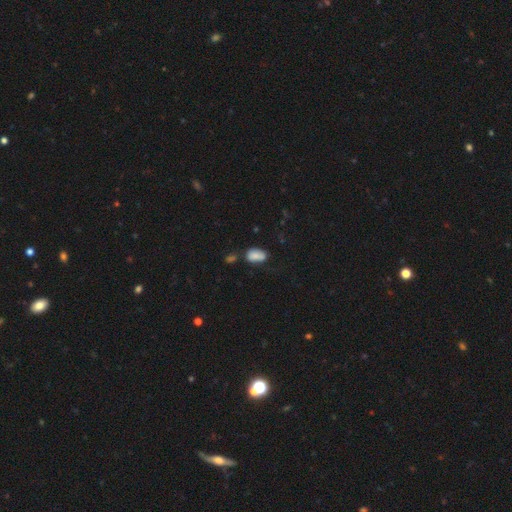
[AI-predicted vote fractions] A smooth galaxy with no disk features (84%) that is in between round and cigar-shaped (91%).

Vote fractions:
- Smooth or featured? smooth: 84% / star or artifact: 9% / featured or disk: 7%
- How rounded? in between: 91% / round: 7% / cigar-shaped: 2%
- Merging? none: 54% / minor disturbance: 25% / merger: 14% / major disturbance: 8%